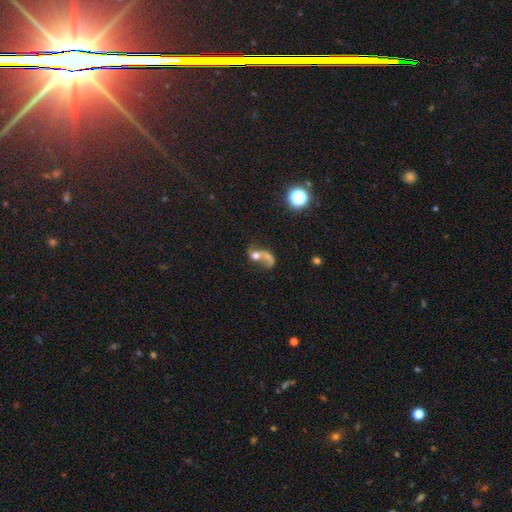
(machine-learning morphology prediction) Smooth or featured? featured or disk (55%)
Edge-on disk? no (96%)
Bar? no (73%)
Spiral arms? yes (72%)
Bulge size? moderate (42%)
Merging? merger (36%)